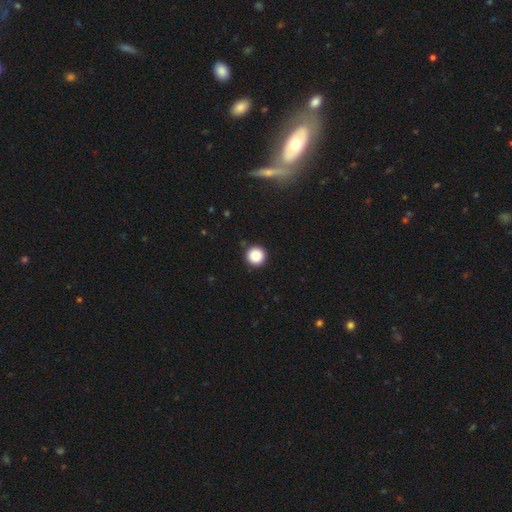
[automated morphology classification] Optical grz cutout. It shows a smooth galaxy with no disk features (87%) that is round (97%). Merging: none (92%).